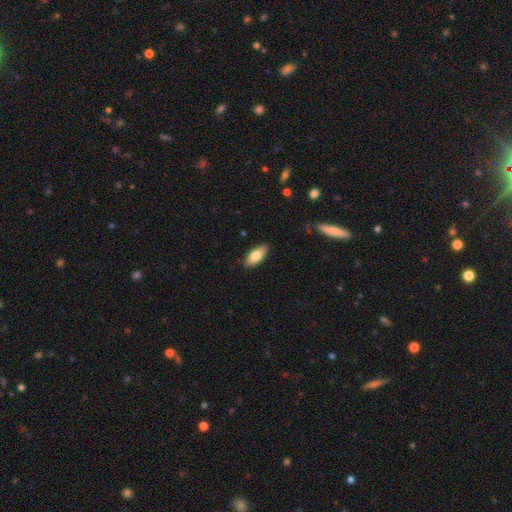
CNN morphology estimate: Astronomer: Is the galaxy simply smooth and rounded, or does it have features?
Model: smooth — 80%.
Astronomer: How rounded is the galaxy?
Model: in between — 85%.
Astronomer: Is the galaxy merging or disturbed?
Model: none — 85%.